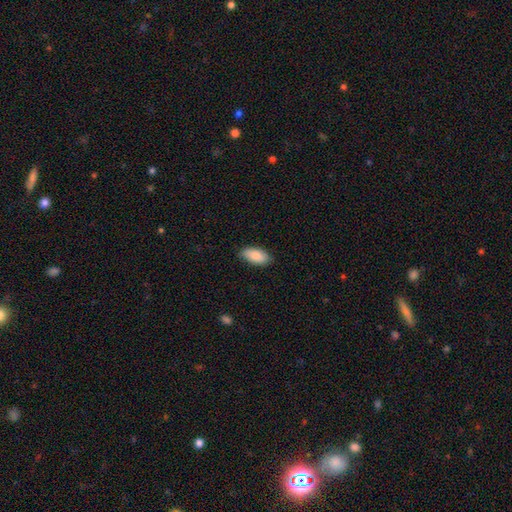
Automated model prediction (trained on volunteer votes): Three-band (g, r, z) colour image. It shows a smooth galaxy with no disk features (87%) that is in between round and cigar-shaped (92%). Merging: none (84%).